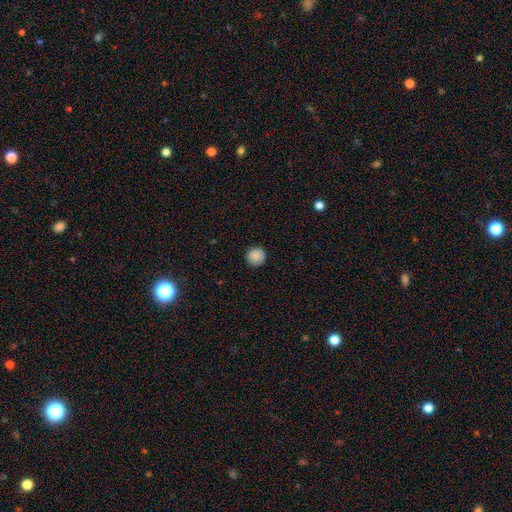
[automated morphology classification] Smooth or featured? Predicted: smooth (p=0.88). How rounded? Predicted: round (p=0.95). Merging? Predicted: none (p=0.91).